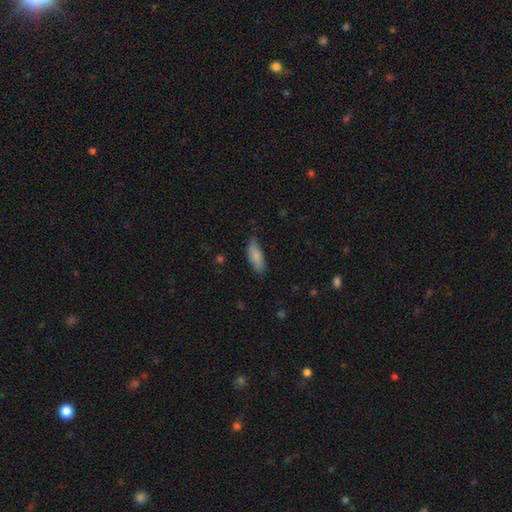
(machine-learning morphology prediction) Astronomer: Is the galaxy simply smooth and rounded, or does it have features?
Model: smooth — 84%.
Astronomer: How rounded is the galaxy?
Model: in between — 69%.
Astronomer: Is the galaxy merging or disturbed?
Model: none — 73%.